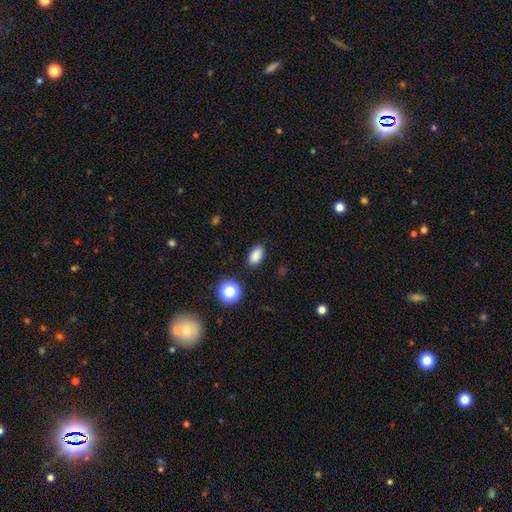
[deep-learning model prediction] Smooth or featured?
  - smooth: 85% *
  - star or artifact: 11%
  - featured or disk: 4%
How rounded?
  - in between: 88% *
  - round: 9%
  - cigar-shaped: 3%
Merging?
  - none: 87% *
  - minor disturbance: 9%
  - major disturbance: 2%
  - merger: 2%